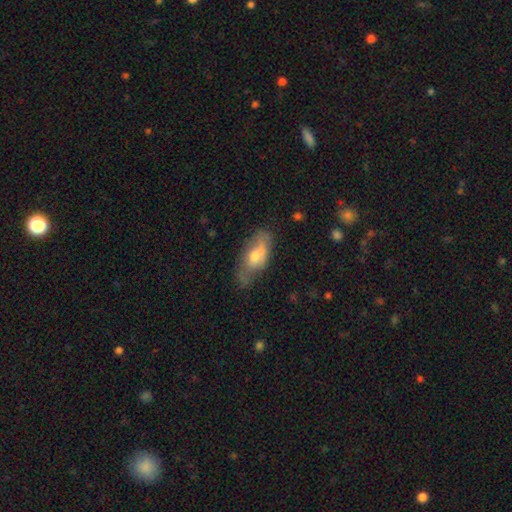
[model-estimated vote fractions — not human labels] Smooth or featured? Predicted: smooth (p=0.54). How rounded? Predicted: in between (p=0.83). Merging? Predicted: none (p=0.60).